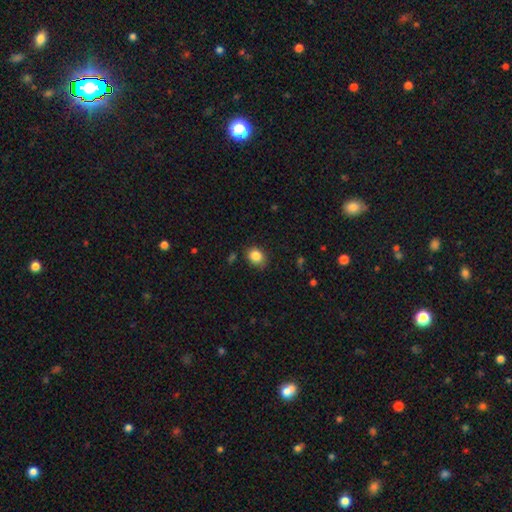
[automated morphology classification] smooth_or_featured: smooth (p=0.85) [alt: star or artifact p=0.10]
how_rounded: round (p=0.57) [alt: in between p=0.42]
merging: none (p=0.80) [alt: minor disturbance p=0.15]